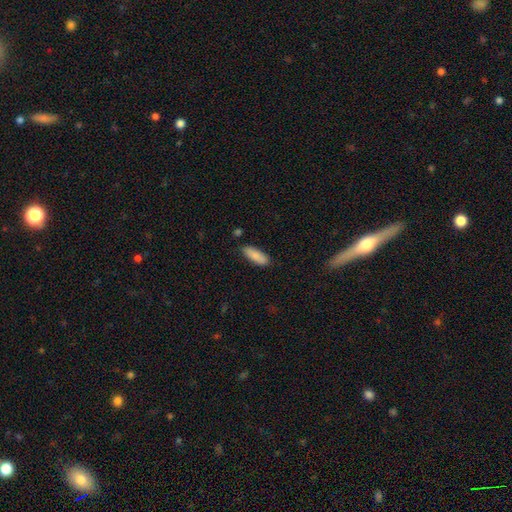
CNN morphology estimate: Smooth or featured: smooth — 86% (featured or disk — 7%)
How rounded: in between — 65% (cigar-shaped — 33%)
Merging: none — 85% (minor disturbance — 11%)